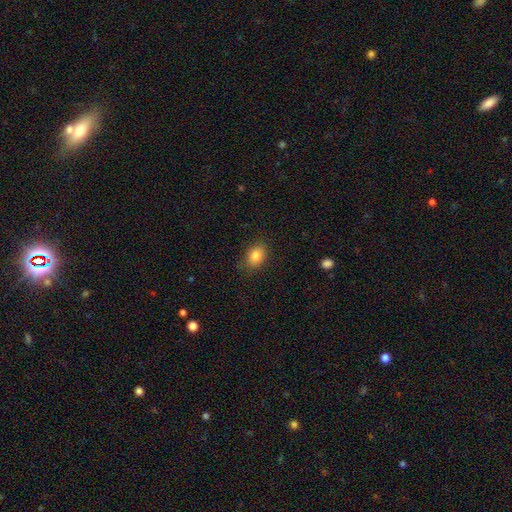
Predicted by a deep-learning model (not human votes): Smooth or featured: smooth — 84% (star or artifact — 9%)
How rounded: in between — 72% (round — 26%)
Merging: none — 84% (minor disturbance — 12%)